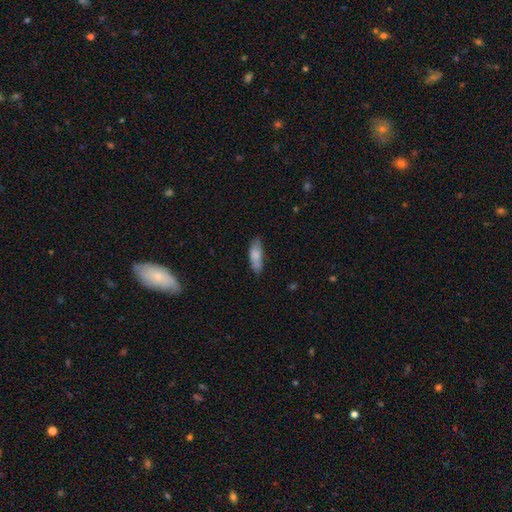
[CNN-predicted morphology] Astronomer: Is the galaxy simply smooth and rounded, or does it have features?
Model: smooth — 79%.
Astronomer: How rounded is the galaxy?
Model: in between — 62%.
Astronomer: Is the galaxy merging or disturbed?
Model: none — 69%.